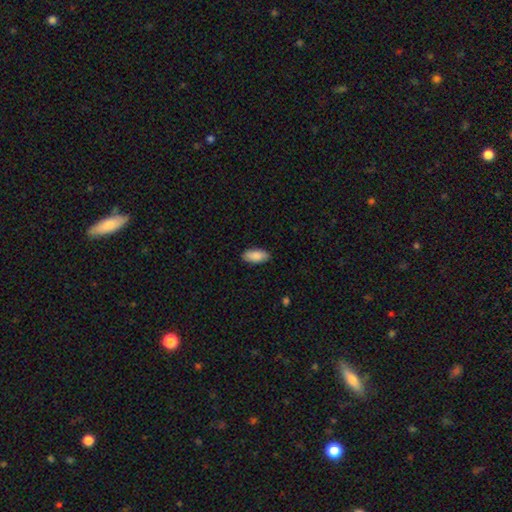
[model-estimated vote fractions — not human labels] Overall: smooth (89%). How rounded: in between (91%). Merging: none (87%).